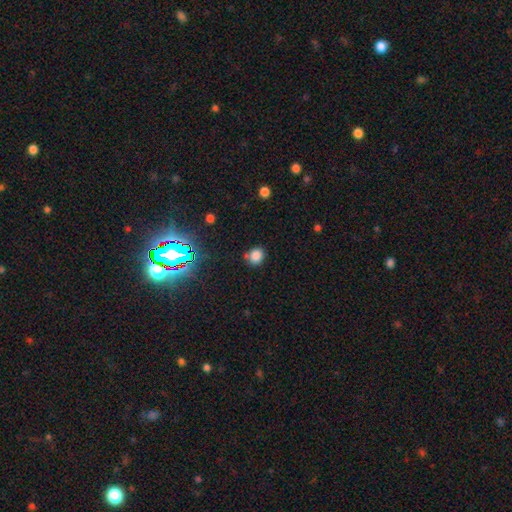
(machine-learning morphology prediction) Smooth or featured? Predicted: smooth (p=0.79). How rounded? Predicted: round (p=0.77). Merging? Predicted: none (p=0.72).